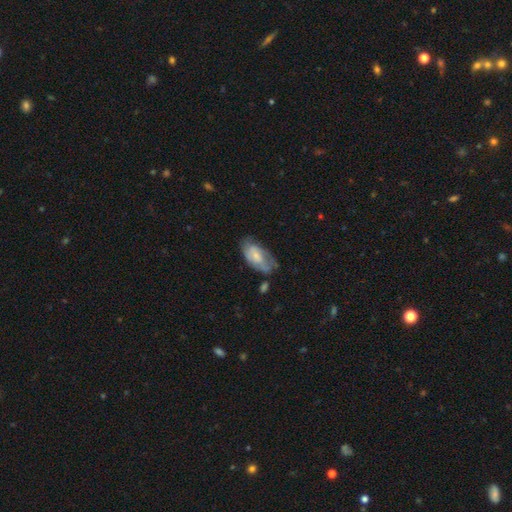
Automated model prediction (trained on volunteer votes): Smooth or featured: smooth — 54% (featured or disk — 40%)
How rounded: in between — 92% (cigar-shaped — 5%)
Merging: none — 49% (minor disturbance — 33%)